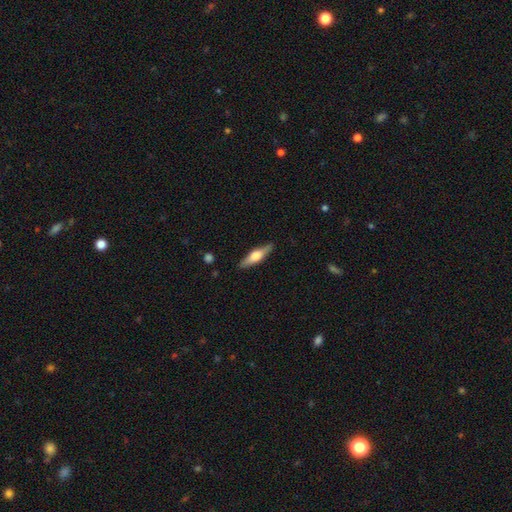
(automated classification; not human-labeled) The model was most divided on "smooth or featured": featured or disk: 61%, smooth: 33%, star or artifact: 5%. More confident: edge-on disk — yes (96%); edge-on bulge — rounded (91%); merging — none (88%).